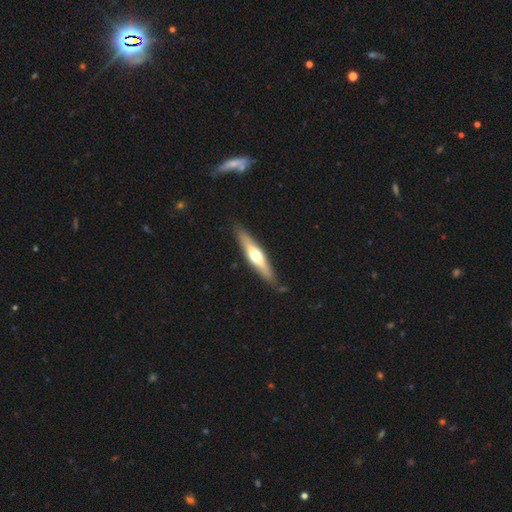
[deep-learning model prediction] Q: Smooth or featured?
A: featured or disk (57%); runner-up: smooth (38%)
Q: Edge-on disk?
A: yes (92%); runner-up: no (8%)
Q: Edge-on bulge?
A: rounded (92%); runner-up: none (4%)
Q: Merging?
A: none (86%); runner-up: minor disturbance (10%)